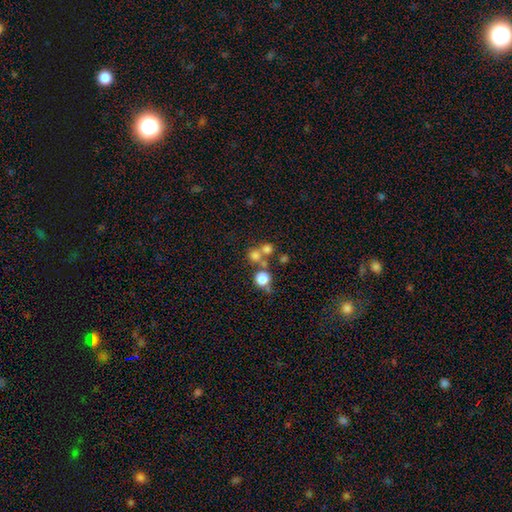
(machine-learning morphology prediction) A smooth galaxy with no disk features (69%) that is round (89%). Merging: none (51%).